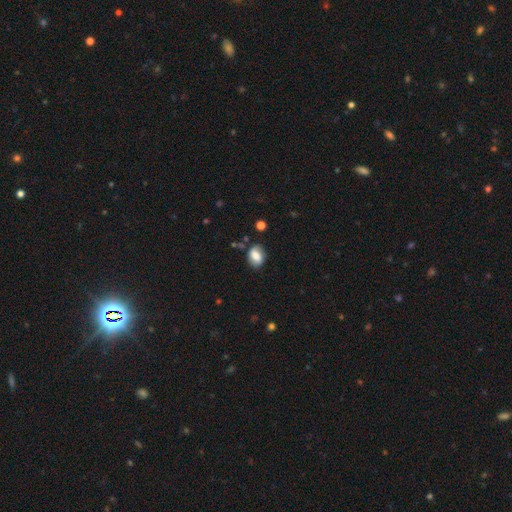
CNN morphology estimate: Overall: smooth (72%). How rounded: in between (75%). Merging: none (69%).